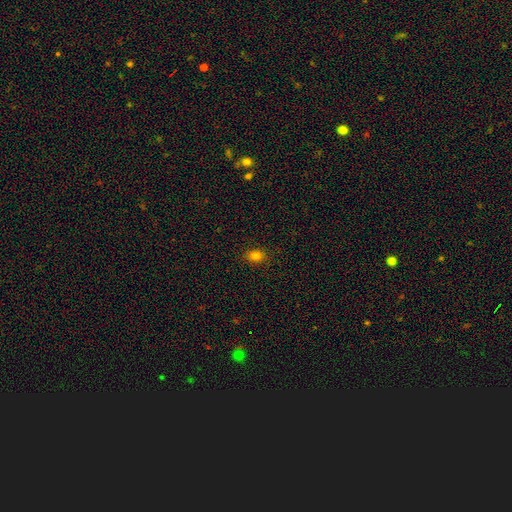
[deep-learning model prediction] Q: Smooth or featured?
A: smooth (81%); runner-up: star or artifact (14%)
Q: How rounded?
A: in between (64%); runner-up: round (35%)
Q: Merging?
A: none (87%); runner-up: minor disturbance (10%)